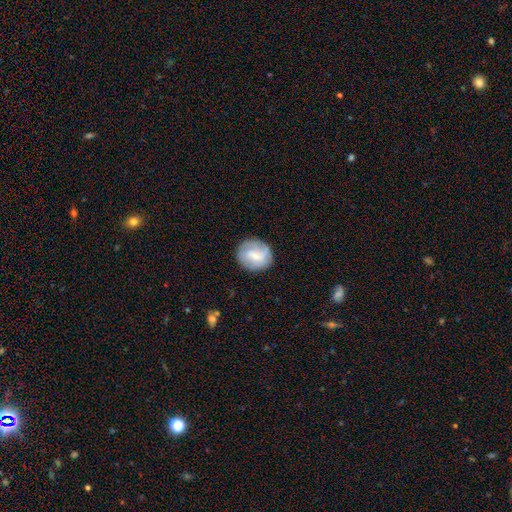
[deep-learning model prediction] A smooth galaxy with no disk features (54%) that is round (77%). Merging: none (79%).